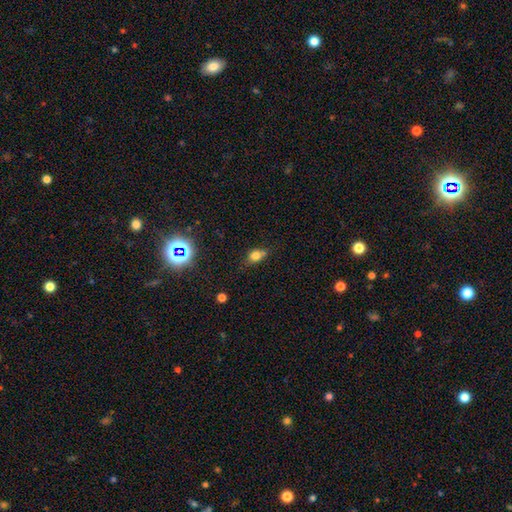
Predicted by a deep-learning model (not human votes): Smooth or featured? smooth (74%)
How rounded? in between (65%)
Merging? none (59%)